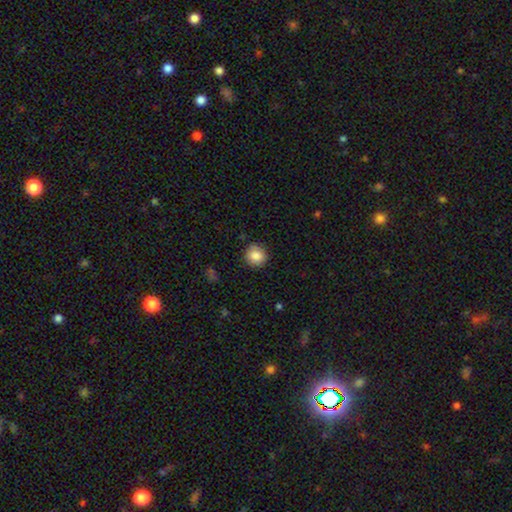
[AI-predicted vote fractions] The model was most divided on "merging": none: 85%, minor disturbance: 11%, major disturbance: 2%, merger: 1%. More confident: how rounded — round (88%); smooth or featured — smooth (85%).